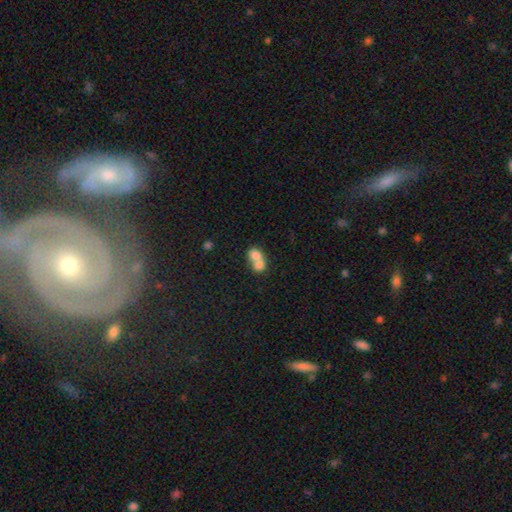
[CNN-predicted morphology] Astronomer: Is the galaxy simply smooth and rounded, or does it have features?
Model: smooth — 72%.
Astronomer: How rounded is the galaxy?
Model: round — 54% (runner-up: in between, 45%).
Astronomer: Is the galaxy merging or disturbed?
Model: merger — 76%.